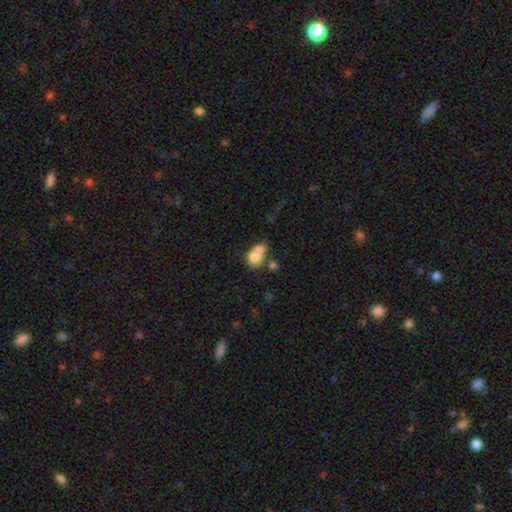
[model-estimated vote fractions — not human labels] This is likely a smooth galaxy (73%). How rounded: possibly round (56%). Merging: possibly merger (58%).